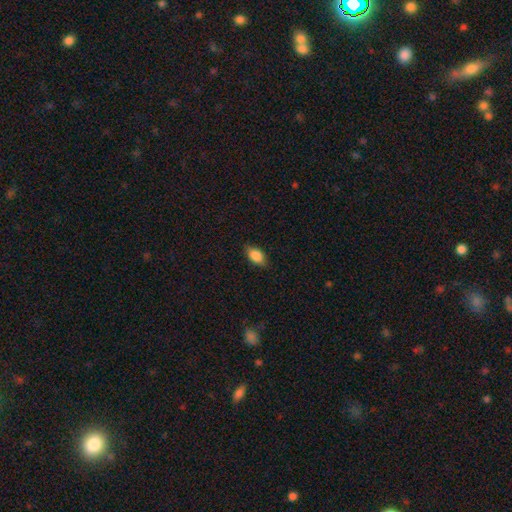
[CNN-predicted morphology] Overall: smooth (85%). How rounded: in between (88%). Merging: none (82%).